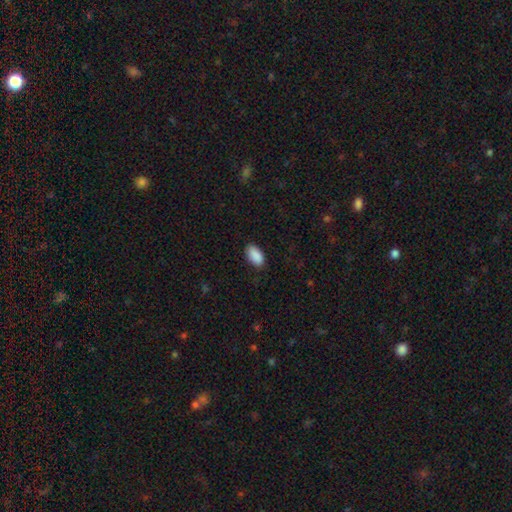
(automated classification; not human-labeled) Q: Smooth or featured?
A: smooth (90%); runner-up: star or artifact (7%)
Q: How rounded?
A: in between (95%); runner-up: round (3%)
Q: Merging?
A: none (84%); runner-up: minor disturbance (12%)